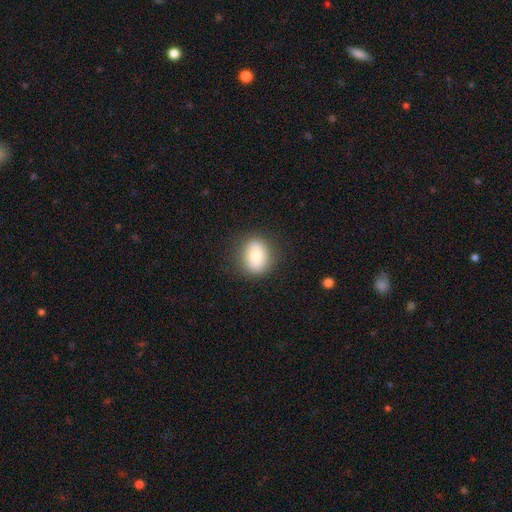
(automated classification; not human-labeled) Smooth or featured? Predicted: smooth (p=0.75). How rounded? Predicted: round (p=0.56). Merging? Predicted: none (p=0.84).